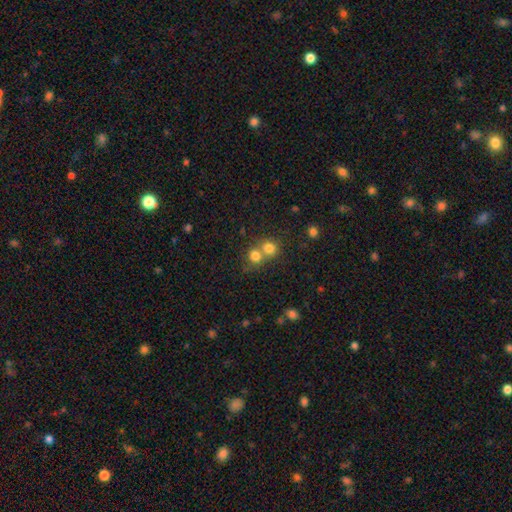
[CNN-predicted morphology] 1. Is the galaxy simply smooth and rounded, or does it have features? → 78% smooth, 13% star or artifact, 9% featured or disk.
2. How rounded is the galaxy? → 85% round, 15% in between, 1% cigar-shaped.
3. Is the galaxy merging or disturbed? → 51% merger, 41% none, 5% minor disturbance, 3% major disturbance.